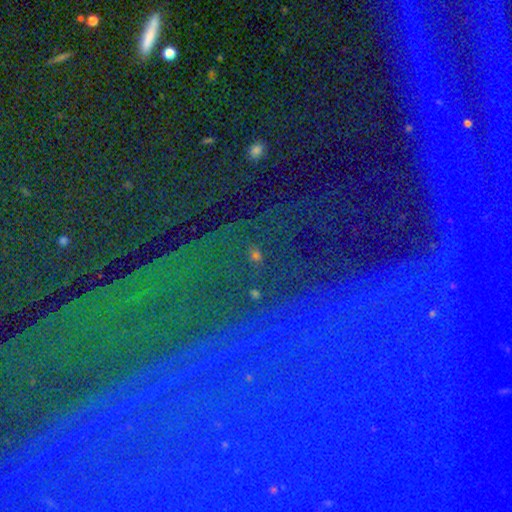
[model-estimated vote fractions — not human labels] Overall: star or artifact (72%).